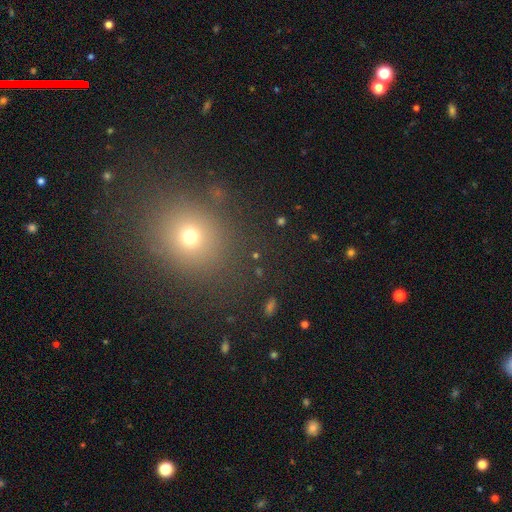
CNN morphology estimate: Smooth or featured: smooth — 57% (star or artifact — 33%)
How rounded: round — 76% (in between — 22%)
Merging: none — 82% (minor disturbance — 8%)